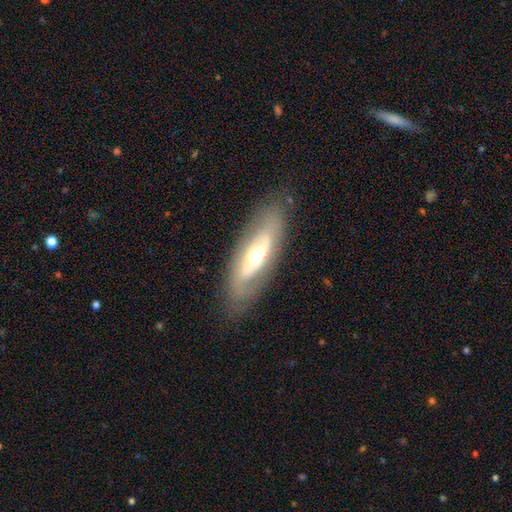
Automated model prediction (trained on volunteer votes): Smooth or featured?
  - featured or disk: 64% *
  - smooth: 29%
  - star or artifact: 6%
Edge-on disk?
  - no: 76% *
  - yes: 24%
Merging?
  - none: 80% *
  - minor disturbance: 13%
  - major disturbance: 5%
  - merger: 1%